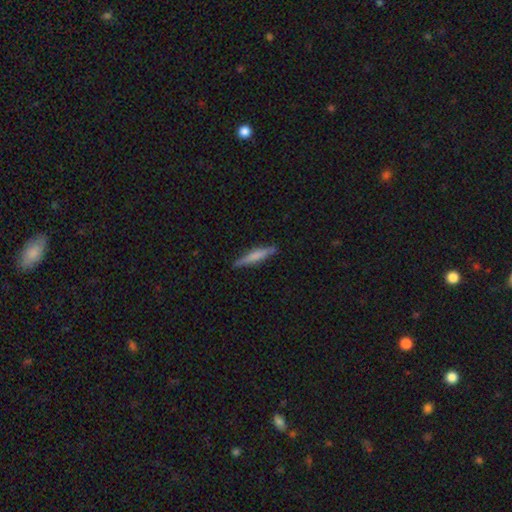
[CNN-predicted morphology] Overall: smooth (54%; featured or disk 40%). How rounded: cigar-shaped (92%). Merging: none (87%).